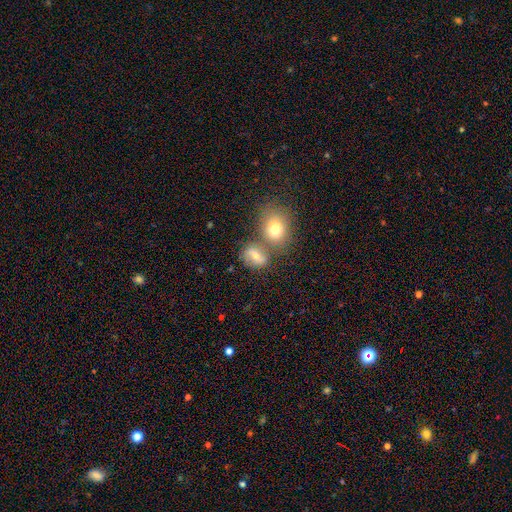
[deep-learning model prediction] A smooth galaxy with no disk features (56%) that is in between round and cigar-shaped (53%).

Vote fractions:
- Smooth or featured? smooth: 56% / featured or disk: 30% / star or artifact: 14%
- How rounded? in between: 53% / round: 45% / cigar-shaped: 2%
- Merging? none: 54% / merger: 28% / minor disturbance: 13% / major disturbance: 6%